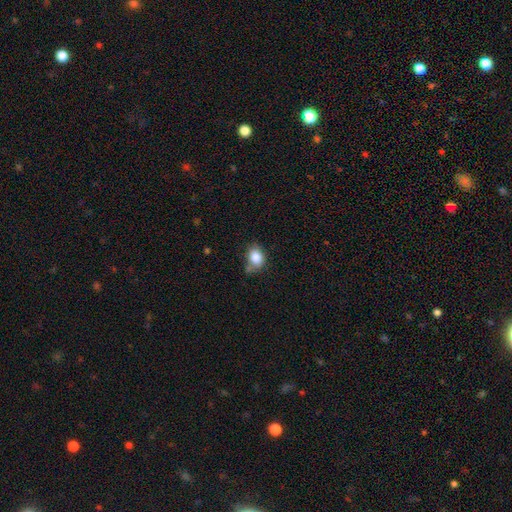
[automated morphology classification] This is clearly a smooth galaxy (84%). How rounded: likely in between (66%). Merging: possibly none (52%).